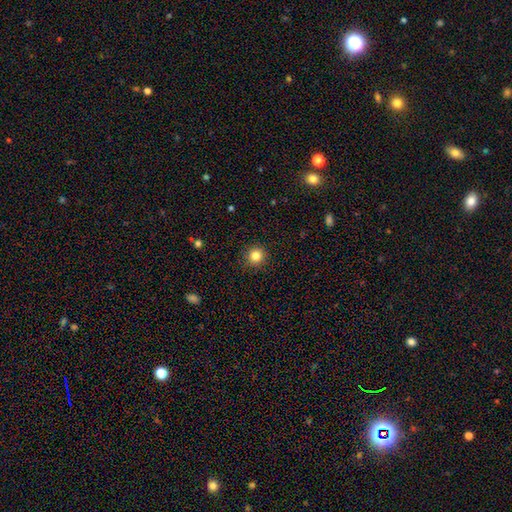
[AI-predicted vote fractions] smooth 83%, star or artifact 11%, featured or disk 5%. Down the decision tree: how rounded — round (94%); merging — none (91%).